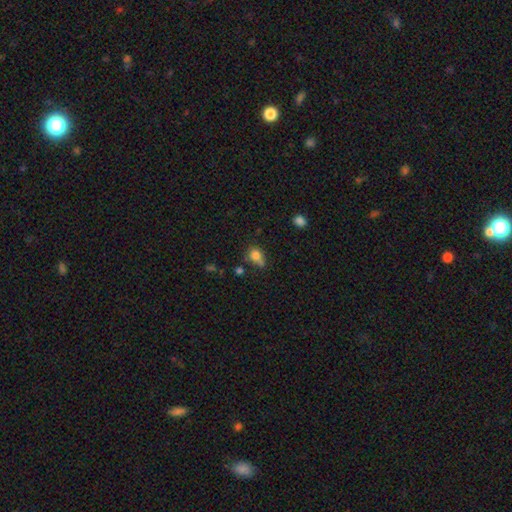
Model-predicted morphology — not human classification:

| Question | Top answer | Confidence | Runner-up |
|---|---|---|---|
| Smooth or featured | smooth | 80% | star or artifact (12%) |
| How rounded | round | 58% | in between (41%) |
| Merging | none | 46% | merger (24%) |